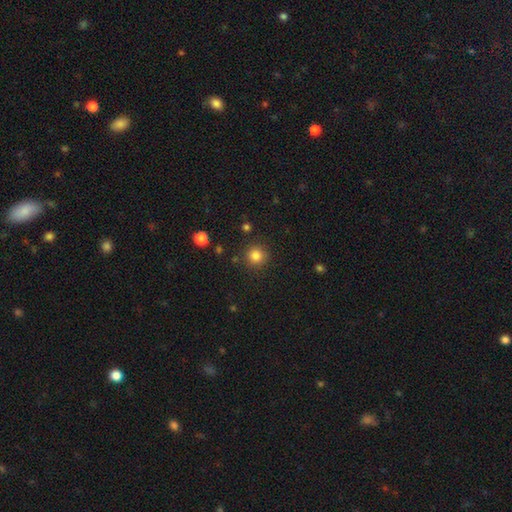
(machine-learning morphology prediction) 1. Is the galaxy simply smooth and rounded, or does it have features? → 83% smooth, 12% star or artifact, 5% featured or disk.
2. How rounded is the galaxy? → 94% round, 5% in between, 1% cigar-shaped.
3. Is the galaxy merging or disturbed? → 88% none, 7% minor disturbance, 3% major disturbance, 2% merger.